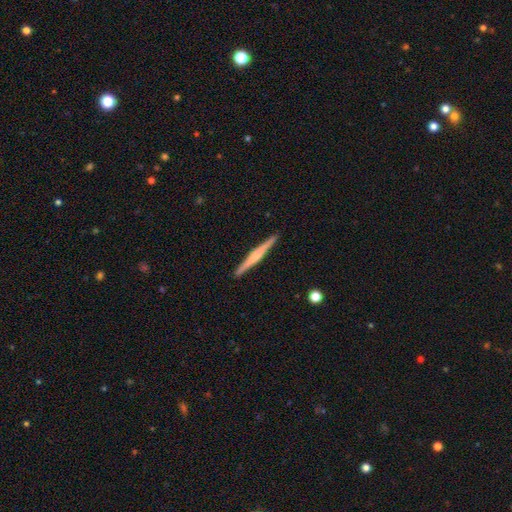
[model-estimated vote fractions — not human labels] A featured or disk galaxy (64%) viewed edge-on (98%) with a rounded central bulge (52%).

Vote fractions:
- Smooth or featured? featured or disk: 64% / smooth: 31% / star or artifact: 5%
- Edge-on disk? yes: 98% / no: 2%
- Edge-on bulge? rounded: 52% / none: 29% / boxy: 19%
- Merging? none: 92% / minor disturbance: 6% / major disturbance: 1% / merger: 1%